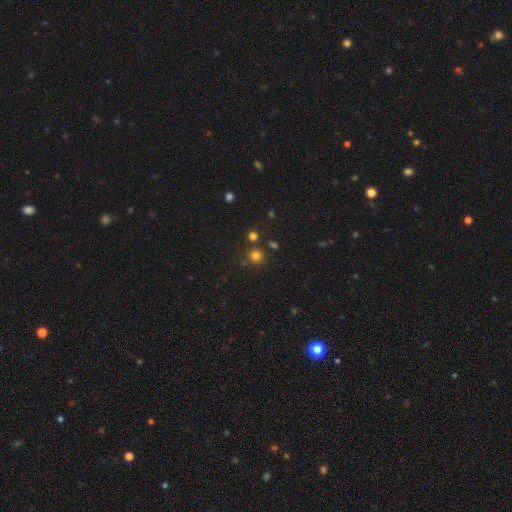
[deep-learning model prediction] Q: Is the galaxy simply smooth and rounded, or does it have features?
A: smooth — 75%.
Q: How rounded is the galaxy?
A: round — 93%.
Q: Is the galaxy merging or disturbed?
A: none — 82%.